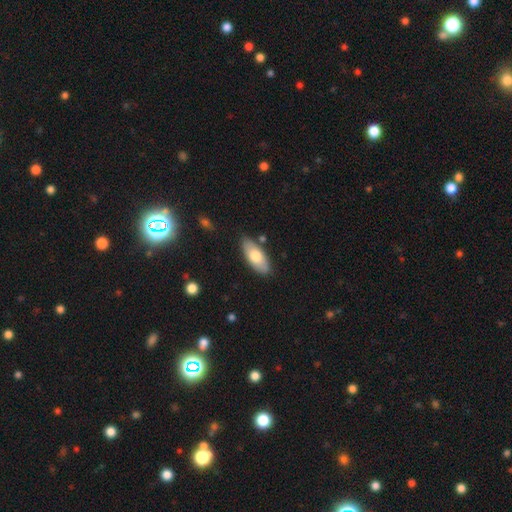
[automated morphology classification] Smooth or featured?
  - smooth: 70% *
  - featured or disk: 24%
  - star or artifact: 6%
How rounded?
  - in between: 86% *
  - cigar-shaped: 12%
  - round: 2%
Merging?
  - none: 83% *
  - minor disturbance: 12%
  - merger: 3%
  - major disturbance: 2%